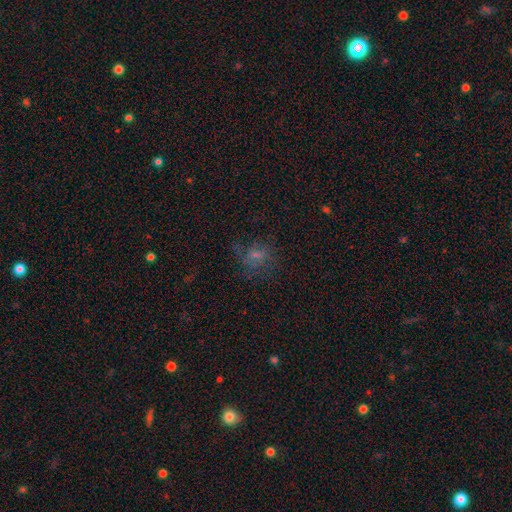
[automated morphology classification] Q: Smooth or featured?
A: smooth (42%); runner-up: star or artifact (29%)
Q: Merging?
A: none (59%); runner-up: major disturbance (20%)